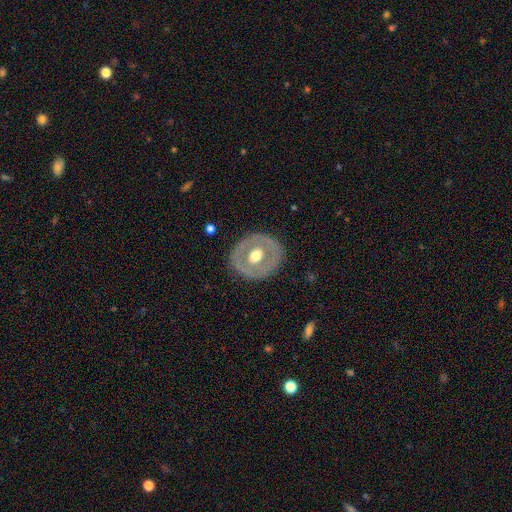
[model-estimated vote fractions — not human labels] This is possibly a featured or disk galaxy (59%). It is clearly not viewed edge-on (94%). Bar: likely no (74%). Spiral arm pattern: clearly no (89%). Central bulge: likely moderate (69%). Merging: clearly none (83%).